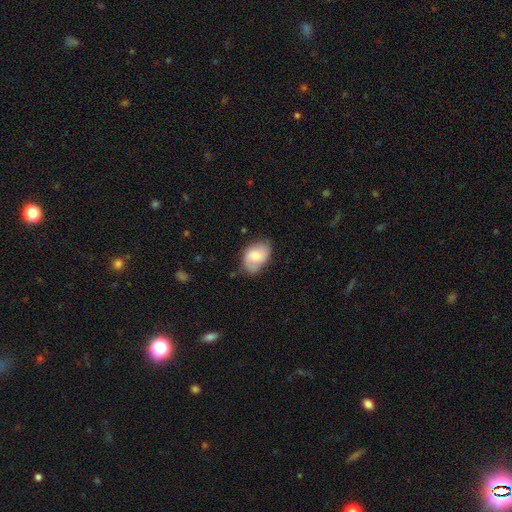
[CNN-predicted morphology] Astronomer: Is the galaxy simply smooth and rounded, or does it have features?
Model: smooth — 65%.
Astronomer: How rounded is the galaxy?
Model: in between — 83%.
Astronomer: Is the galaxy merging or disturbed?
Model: none — 62%.